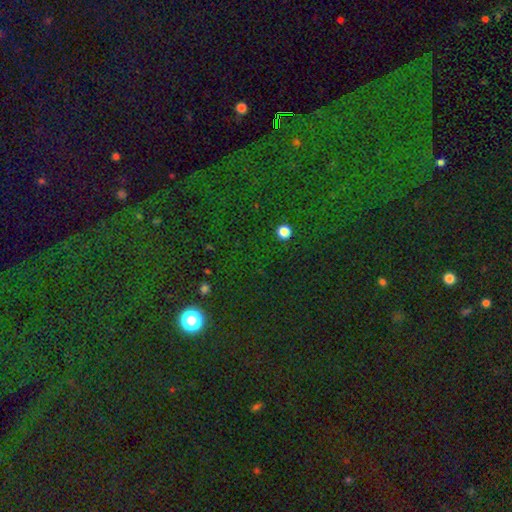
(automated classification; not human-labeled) A star or artifact, not a galaxy (76%).

Vote fractions:
- Smooth or featured? star or artifact: 76% / smooth: 16% / featured or disk: 8%